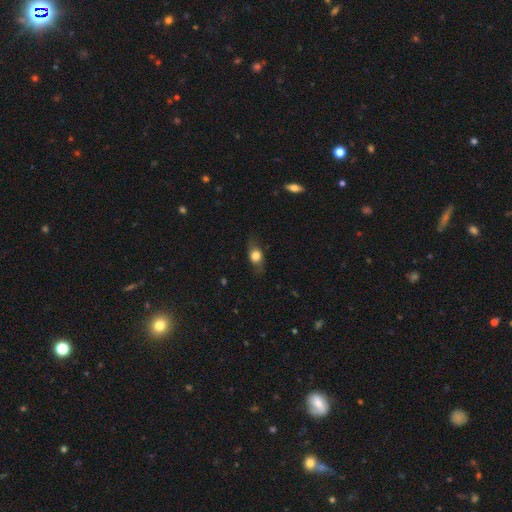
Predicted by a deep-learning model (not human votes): This is likely a smooth galaxy (65%). How rounded: likely in between (61%). Merging: likely none (74%).